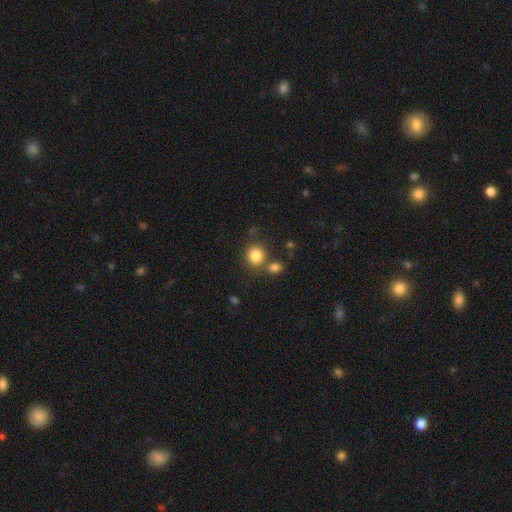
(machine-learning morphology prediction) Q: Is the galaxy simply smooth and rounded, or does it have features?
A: smooth — 84%.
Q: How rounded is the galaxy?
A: round — 86%.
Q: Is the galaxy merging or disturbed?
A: none — 66%.